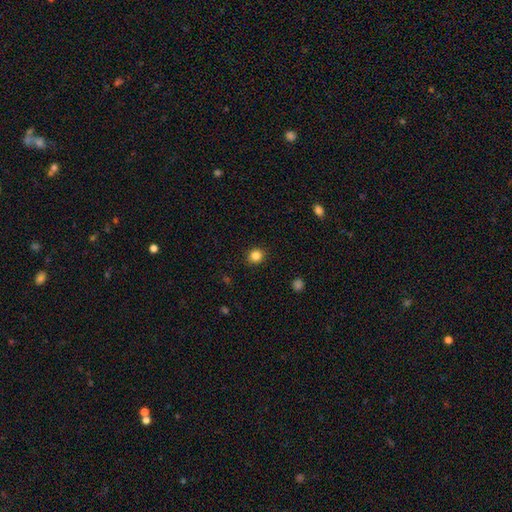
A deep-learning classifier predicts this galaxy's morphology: Smooth or featured? Predicted: smooth (p=0.84). How rounded? Predicted: round (p=0.85). Merging? Predicted: none (p=0.91).